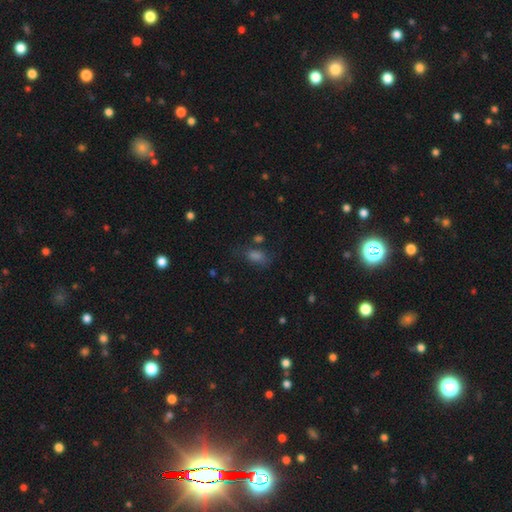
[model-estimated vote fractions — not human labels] smooth-or-featured: smooth: 64% | star or artifact: 26% | featured or disk: 10%
  how-rounded: in between: 80% | round: 12% | cigar-shaped: 8%
  merging: none: 64% | minor disturbance: 19% | major disturbance: 11% | merger: 7%